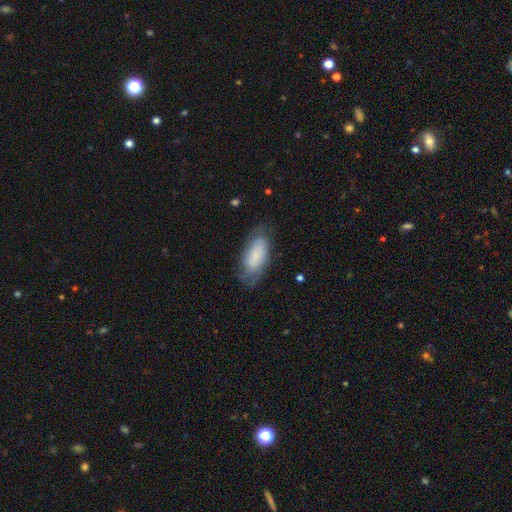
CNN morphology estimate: The model was most divided on "smooth or featured": smooth: 59%, featured or disk: 34%, star or artifact: 7%. More confident: how rounded — in between (89%); merging — none (67%).